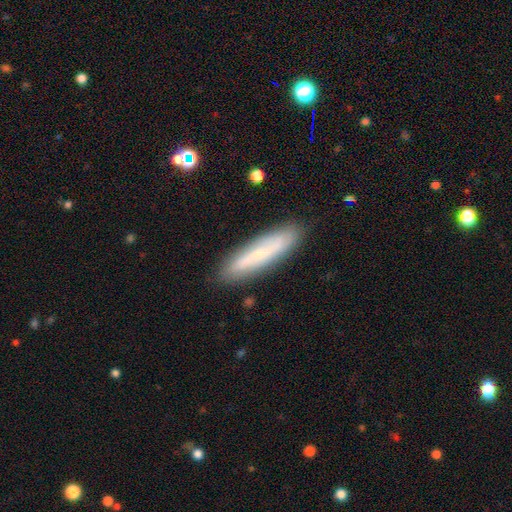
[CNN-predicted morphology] smooth_or_featured: smooth (p=0.56) [alt: featured or disk p=0.35]
how_rounded: cigar-shaped (p=0.81) [alt: in between p=0.17]
merging: none (p=0.87) [alt: minor disturbance p=0.10]